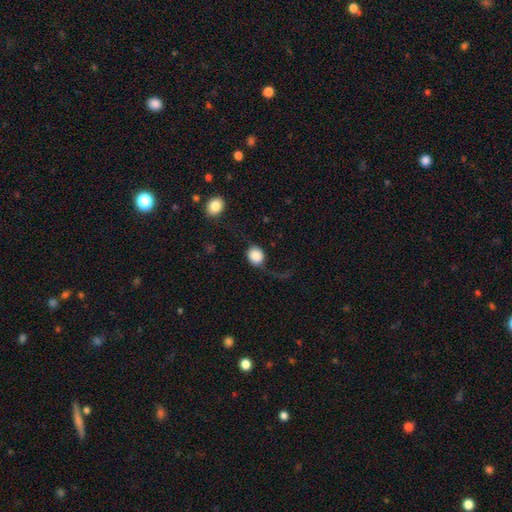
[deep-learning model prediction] A smooth galaxy with no disk features (83%) that is round (75%). Merging: none (49%).